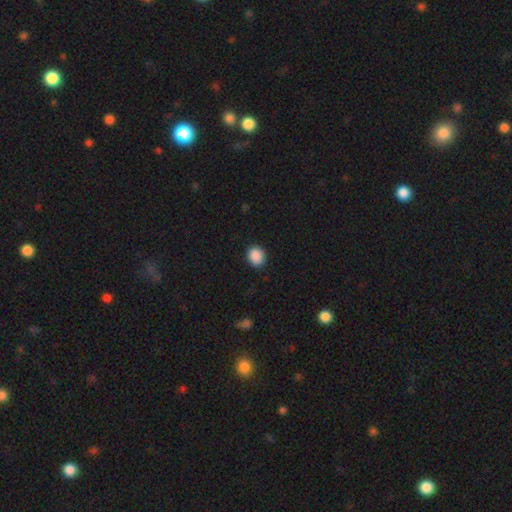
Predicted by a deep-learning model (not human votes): smooth_or_featured: smooth (p=0.90) [alt: star or artifact p=0.08]
how_rounded: round (p=0.67) [alt: in between p=0.32]
merging: none (p=0.89) [alt: minor disturbance p=0.08]